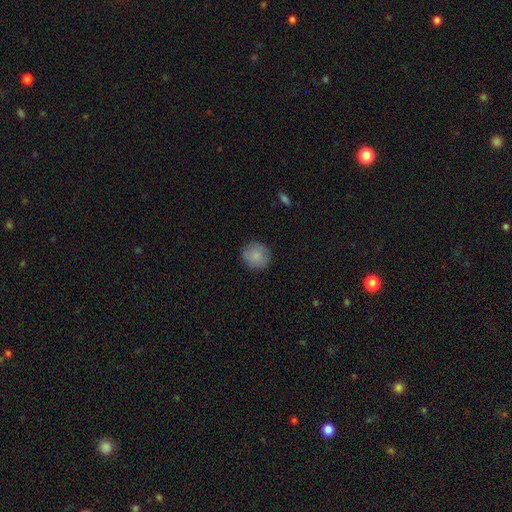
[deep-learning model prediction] A smooth galaxy with no disk features (87%) that is round (90%). Merging: none (88%).